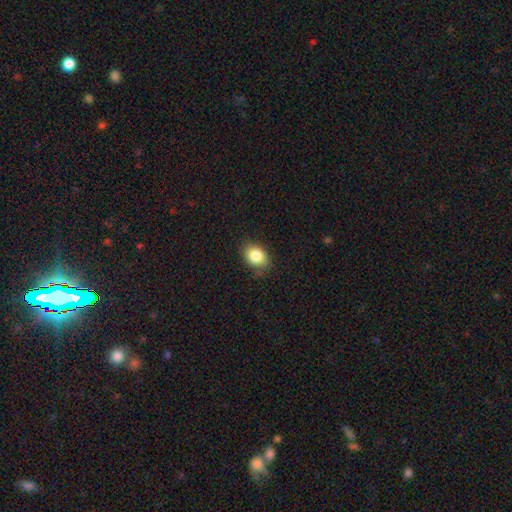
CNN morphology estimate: Q: Smooth or featured?
A: smooth (85%); runner-up: star or artifact (9%)
Q: How rounded?
A: in between (67%); runner-up: round (32%)
Q: Merging?
A: none (79%); runner-up: minor disturbance (16%)